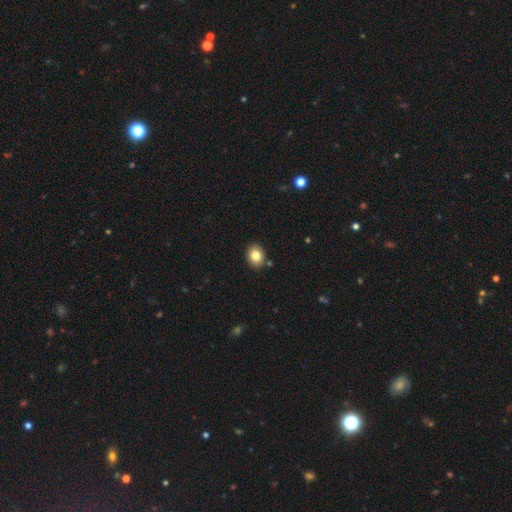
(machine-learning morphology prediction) smooth 81%, star or artifact 9%, featured or disk 9%. Down the decision tree: how rounded — in between (52%); merging — none (87%).